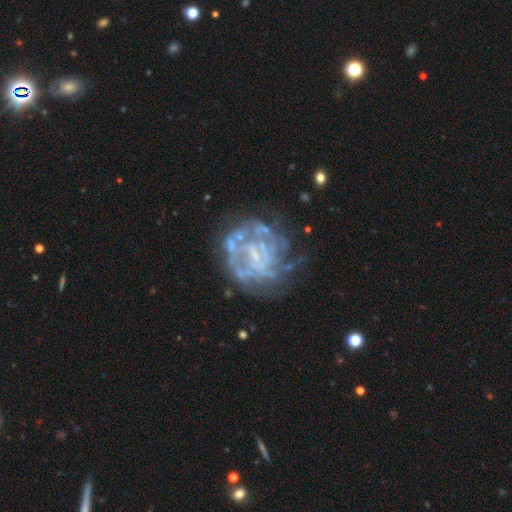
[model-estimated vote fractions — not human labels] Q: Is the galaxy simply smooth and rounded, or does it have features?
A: featured or disk — 78%.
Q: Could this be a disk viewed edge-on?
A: no — 98%.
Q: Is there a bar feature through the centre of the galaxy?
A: no — 63%.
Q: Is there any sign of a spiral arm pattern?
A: yes — 51%.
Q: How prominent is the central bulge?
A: small — 46%.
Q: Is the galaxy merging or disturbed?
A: none — 56%.